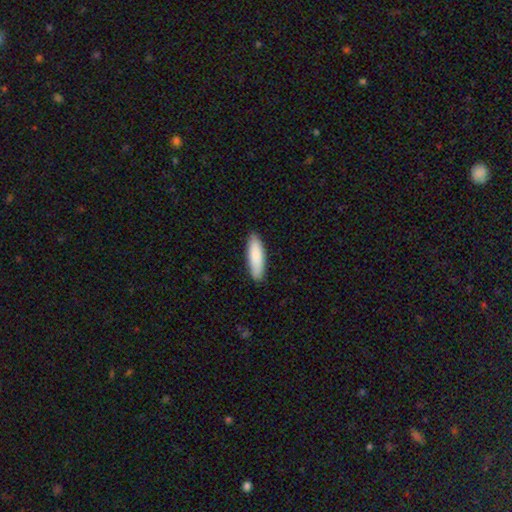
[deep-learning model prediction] This appears to be a smooth galaxy with no disk features (85%) that is cigar-shaped (53%). Merging: none (88%).